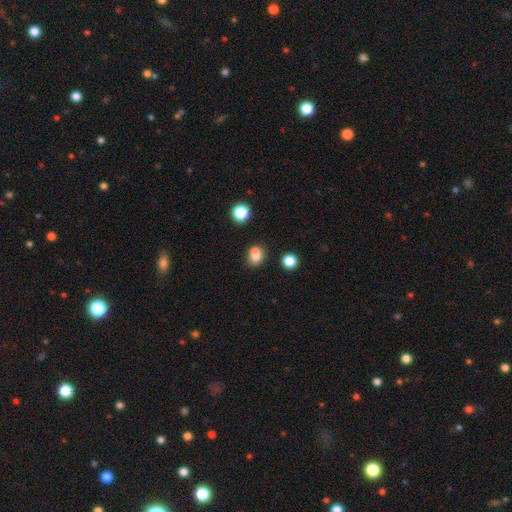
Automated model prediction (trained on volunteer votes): smooth 79%, star or artifact 13%, featured or disk 9%. Down the decision tree: how rounded — round (54%); merging — none (54%).